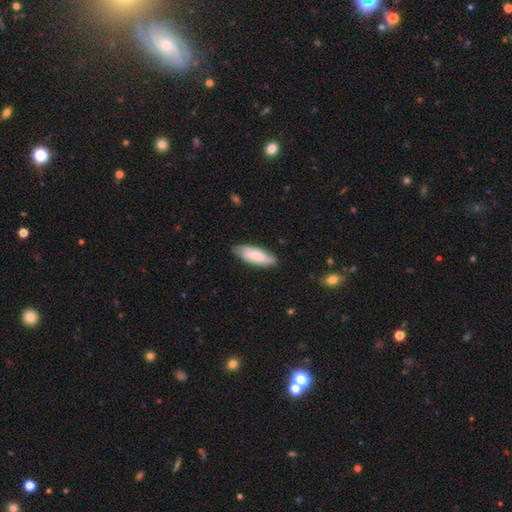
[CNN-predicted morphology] smooth-or-featured: smooth: 63% | featured or disk: 31% | star or artifact: 6%
  how-rounded: in between: 69% | cigar-shaped: 29% | round: 2%
  merging: none: 79% | minor disturbance: 17% | major disturbance: 3% | merger: 1%